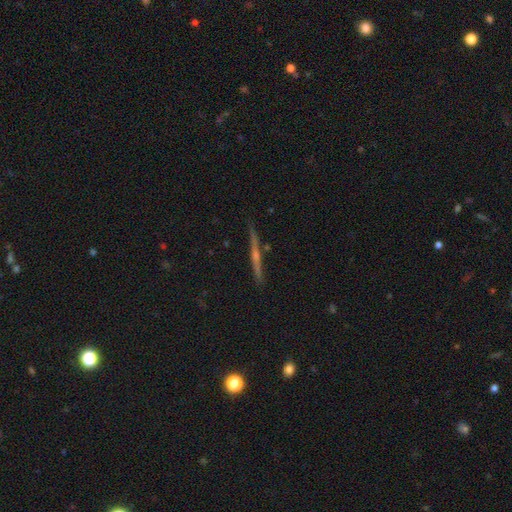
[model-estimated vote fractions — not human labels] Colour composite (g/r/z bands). It shows a featured or disk galaxy (76%) viewed edge-on (98%) with a rounded central bulge (73%). Merging: none (89%).